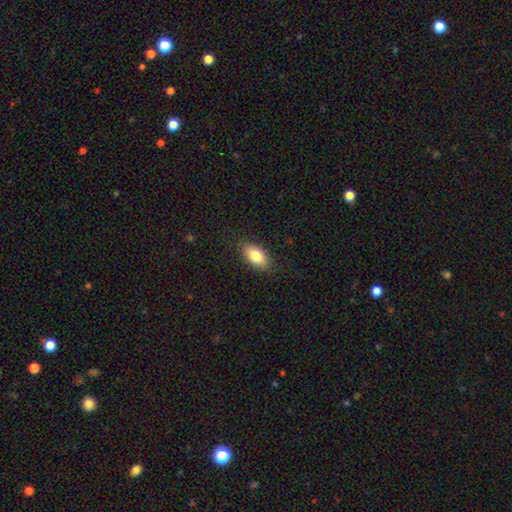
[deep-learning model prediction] smooth-or-featured: smooth: 81% | featured or disk: 12% | star or artifact: 7%
  how-rounded: in between: 91% | round: 5% | cigar-shaped: 5%
  merging: none: 86% | minor disturbance: 10% | major disturbance: 2% | merger: 1%